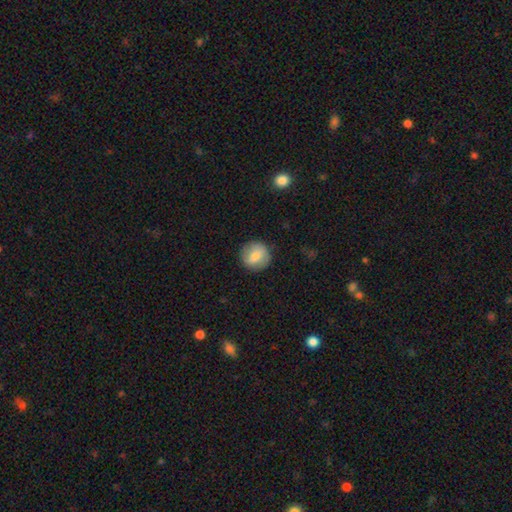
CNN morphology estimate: smooth_or_featured: smooth (p=0.74) [alt: featured or disk p=0.19]
how_rounded: round (p=0.92) [alt: in between p=0.07]
merging: none (p=0.87) [alt: minor disturbance p=0.09]